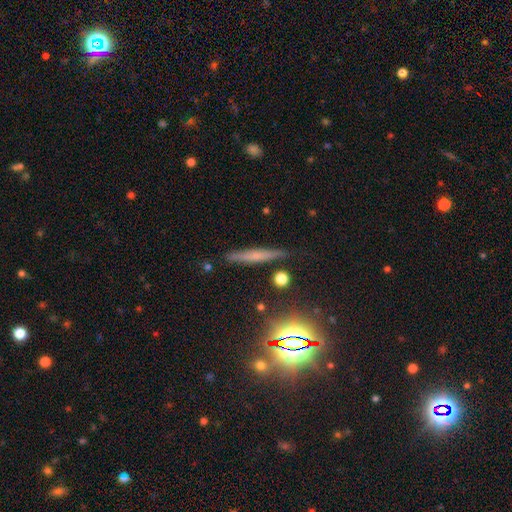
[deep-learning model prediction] Q: Smooth or featured?
A: smooth (44%); runner-up: featured or disk (39%)
Q: Merging?
A: none (85%); runner-up: minor disturbance (10%)